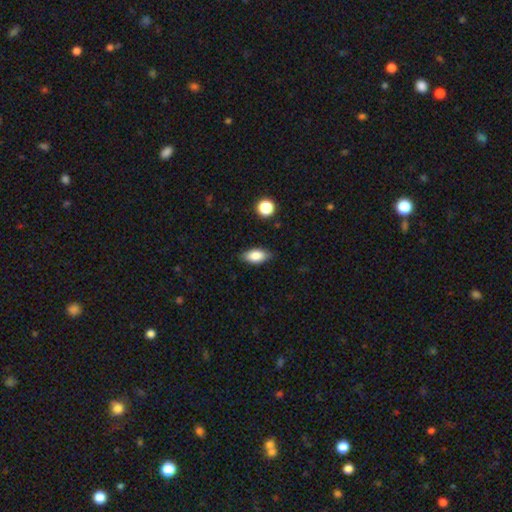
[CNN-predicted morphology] Smooth or featured? Predicted: smooth (p=0.82). How rounded? Predicted: in between (p=0.89). Merging? Predicted: none (p=0.84).